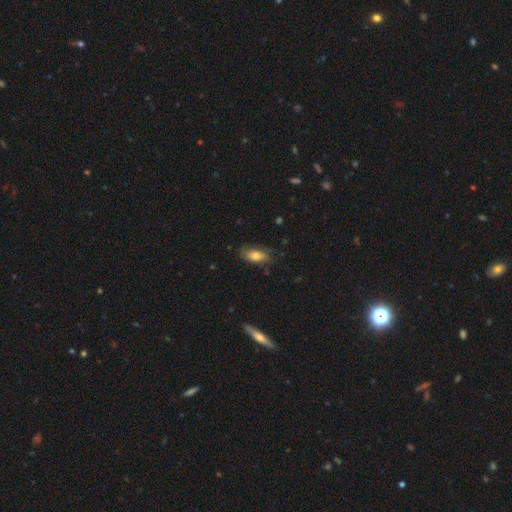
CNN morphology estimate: Smooth or featured? smooth (64%)
How rounded? in between (87%)
Merging? none (66%)